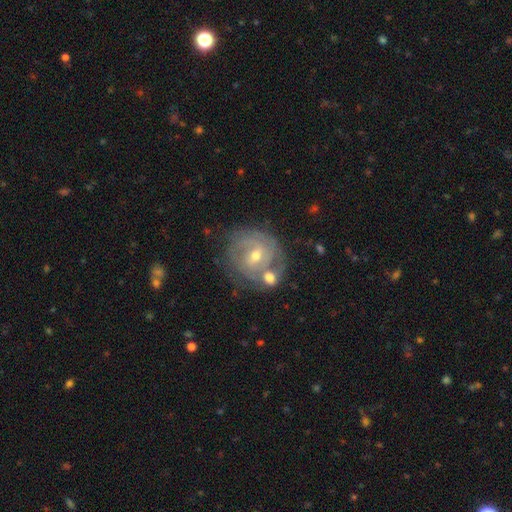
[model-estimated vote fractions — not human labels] Overall: featured or disk (75%). Edge-on disk: no (97%). Bar: weak (47%; no 39%). Spiral arms: yes (85%). Spiral arm count: can't tell (38%; 2 36%). Spiral winding: tight (67%). Bulge size: moderate (53%; small 44%). Merging: none (65%).